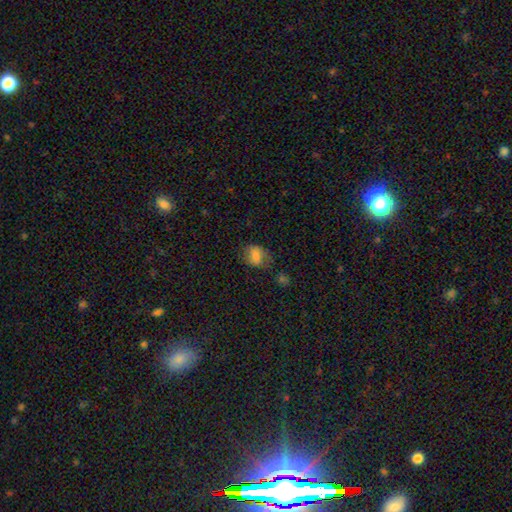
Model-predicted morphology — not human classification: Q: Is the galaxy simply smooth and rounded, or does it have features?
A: smooth — 73%.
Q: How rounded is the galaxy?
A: in between — 56%.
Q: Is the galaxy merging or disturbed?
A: none — 57%.